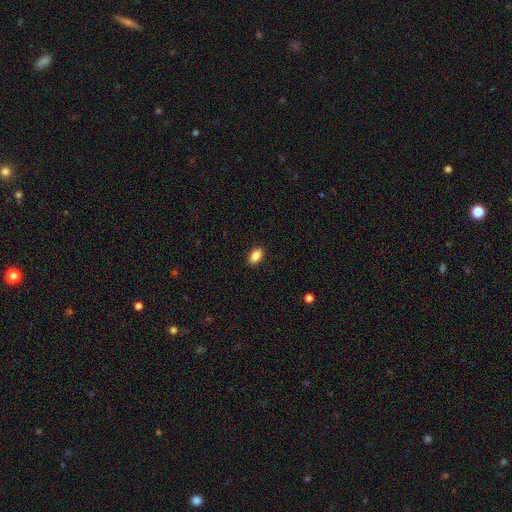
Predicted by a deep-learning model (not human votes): Q: Smooth or featured?
A: smooth (88%); runner-up: star or artifact (8%)
Q: How rounded?
A: in between (90%); runner-up: round (7%)
Q: Merging?
A: none (90%); runner-up: minor disturbance (7%)